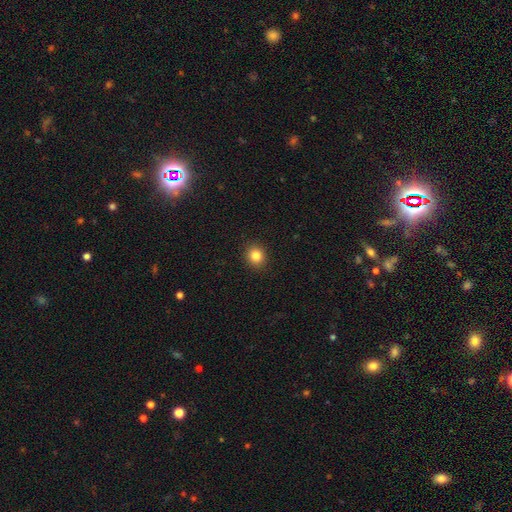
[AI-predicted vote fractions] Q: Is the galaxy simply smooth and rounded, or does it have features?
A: smooth — 84%.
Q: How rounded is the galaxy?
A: round — 82%.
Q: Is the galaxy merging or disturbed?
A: none — 92%.